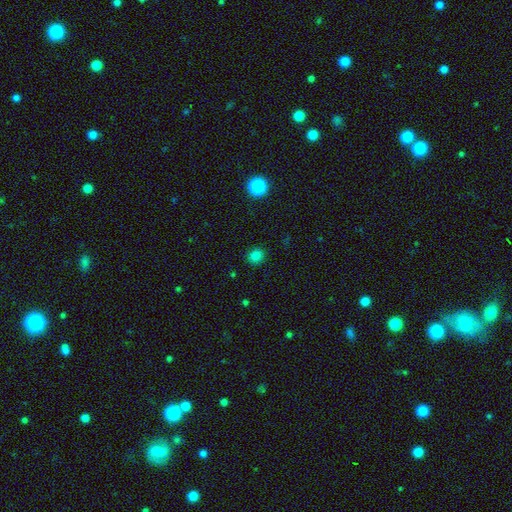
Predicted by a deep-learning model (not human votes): smooth 81%, star or artifact 15%, featured or disk 5%. Down the decision tree: how rounded — round (83%); merging — none (90%).